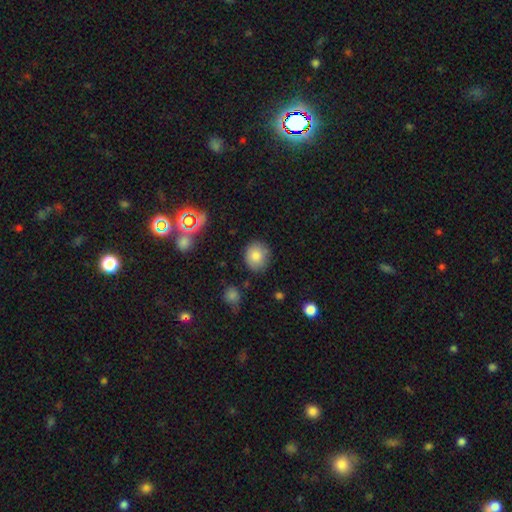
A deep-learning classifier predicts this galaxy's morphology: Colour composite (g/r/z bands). It shows a smooth galaxy with no disk features (82%) that is round (75%). Merging: none (80%).